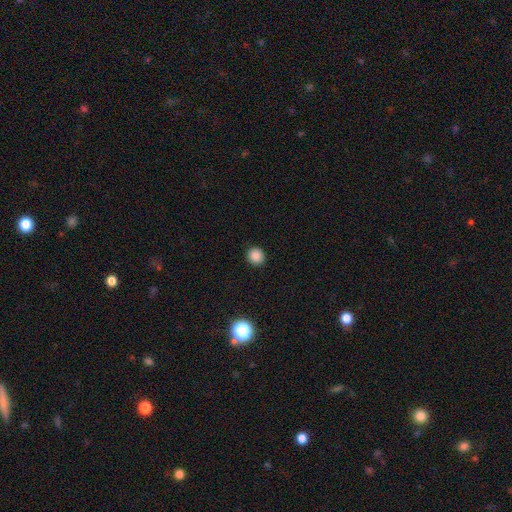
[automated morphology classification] Smooth or featured? smooth (85%)
How rounded? round (91%)
Merging? none (92%)